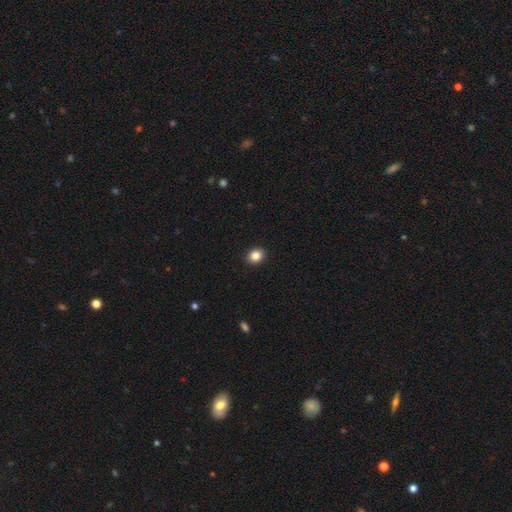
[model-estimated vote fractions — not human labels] Smooth or featured?
  - smooth: 85% *
  - star or artifact: 10%
  - featured or disk: 5%
How rounded?
  - round: 62% *
  - in between: 37%
  - cigar-shaped: 1%
Merging?
  - none: 92% *
  - minor disturbance: 5%
  - major disturbance: 1%
  - merger: 1%